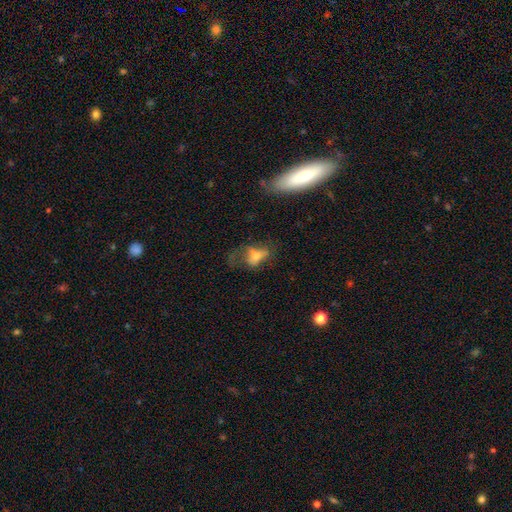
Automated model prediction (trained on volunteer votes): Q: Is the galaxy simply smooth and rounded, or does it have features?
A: smooth — 51%.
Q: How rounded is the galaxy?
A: in between — 78%.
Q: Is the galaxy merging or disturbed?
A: major disturbance — 43%.